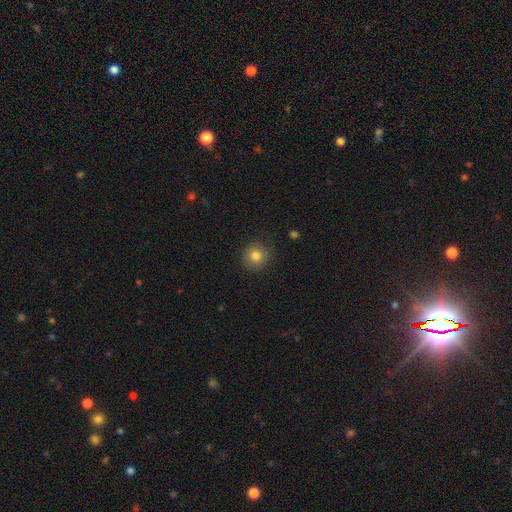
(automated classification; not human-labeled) A smooth galaxy with no disk features (82%) that is round (91%).

Vote fractions:
- Smooth or featured? smooth: 82% / star or artifact: 11% / featured or disk: 7%
- How rounded? round: 91% / in between: 8% / cigar-shaped: 1%
- Merging? none: 86% / minor disturbance: 10% / major disturbance: 3% / merger: 1%